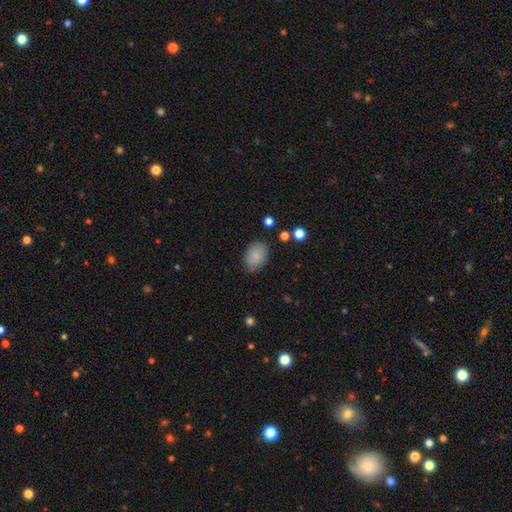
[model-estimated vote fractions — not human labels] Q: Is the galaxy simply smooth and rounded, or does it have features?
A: smooth — 86%.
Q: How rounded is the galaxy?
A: in between — 80%.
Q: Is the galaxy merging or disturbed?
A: none — 82%.